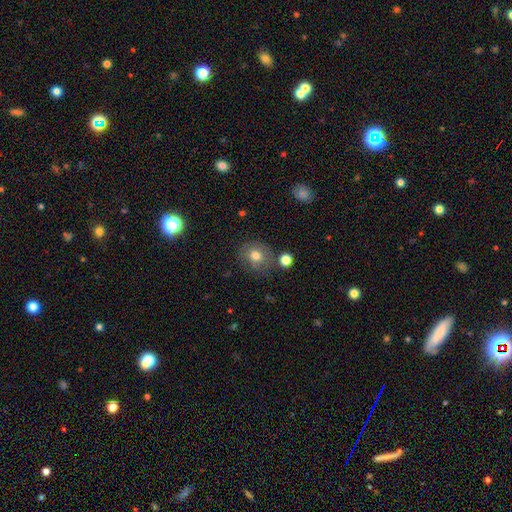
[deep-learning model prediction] smooth 75%, featured or disk 14%, star or artifact 11%. Down the decision tree: how rounded — round (74%); merging — none (72%).